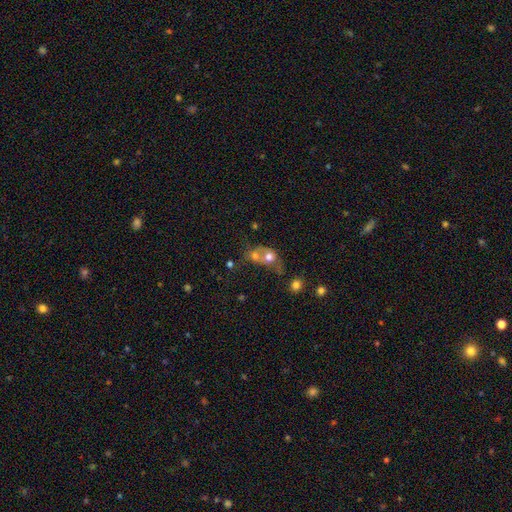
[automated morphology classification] Overall: smooth (56%; featured or disk 26%). How rounded: round (66%; in between 32%). Merging: merger (63%).